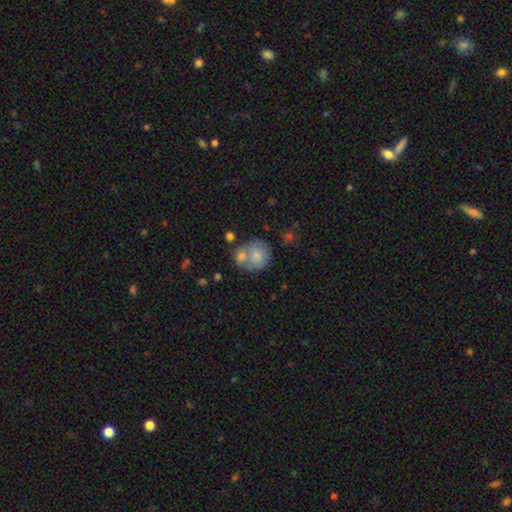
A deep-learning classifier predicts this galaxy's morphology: A smooth galaxy with no disk features (74%) that is round (80%). Merging: merger (43%).